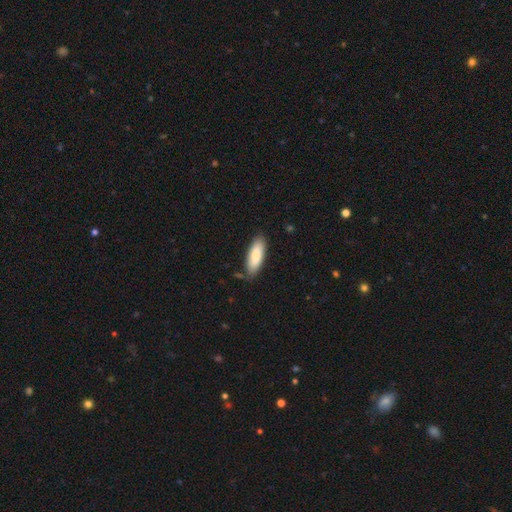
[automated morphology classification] Smooth or featured? smooth (86%)
How rounded? in between (63%)
Merging? none (79%)